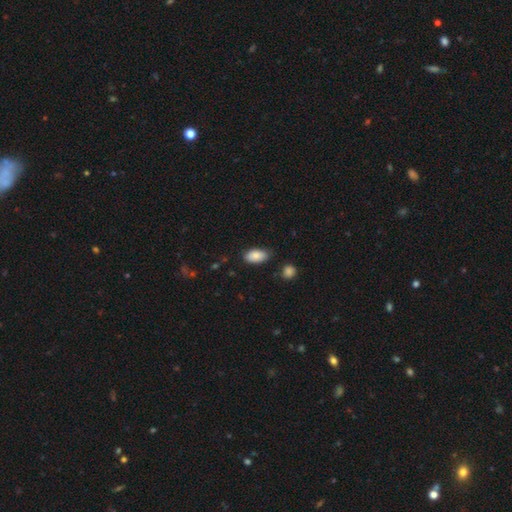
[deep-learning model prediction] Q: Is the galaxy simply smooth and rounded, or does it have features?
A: smooth — 87%.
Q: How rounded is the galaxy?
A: in between — 93%.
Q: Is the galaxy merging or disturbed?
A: none — 79%.